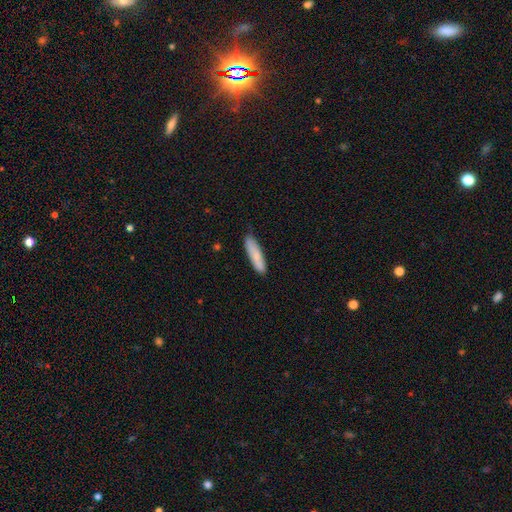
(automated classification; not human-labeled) Overall: smooth (80%). How rounded: cigar-shaped (77%). Merging: none (85%).